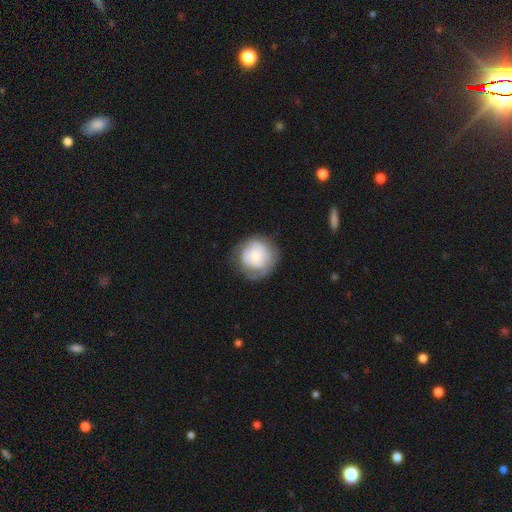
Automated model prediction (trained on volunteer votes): A smooth galaxy with no disk features (50%) that is round (89%).

Vote fractions:
- Smooth or featured? smooth: 50% / featured or disk: 43% / star or artifact: 7%
- How rounded? round: 89% / in between: 10% / cigar-shaped: 1%
- Merging? none: 66% / minor disturbance: 22% / major disturbance: 10% / merger: 1%